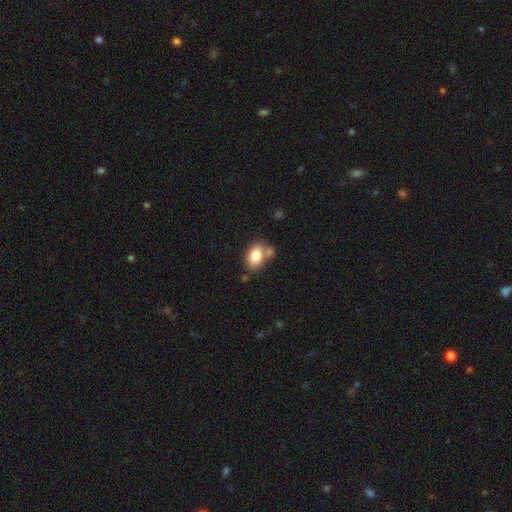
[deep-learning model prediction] Smooth or featured: smooth — 82% (featured or disk — 10%)
How rounded: in between — 83% (round — 16%)
Merging: none — 55% (merger — 24%)